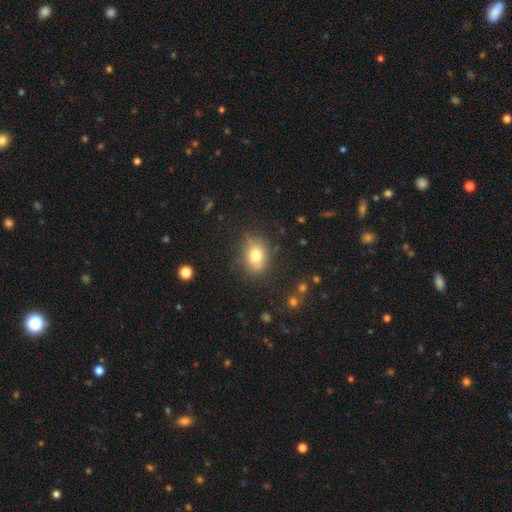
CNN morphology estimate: smooth 78%, featured or disk 12%, star or artifact 11%. Down the decision tree: how rounded — in between (53%); merging — none (78%).